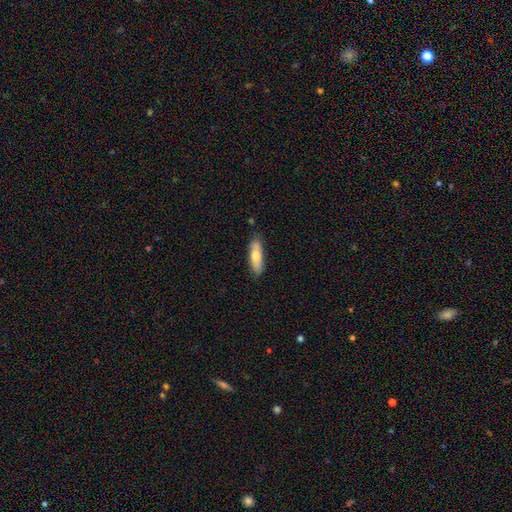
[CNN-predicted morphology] Smooth or featured: smooth — 69% (featured or disk — 25%)
How rounded: cigar-shaped — 57% (in between — 41%)
Merging: none — 80% (minor disturbance — 16%)